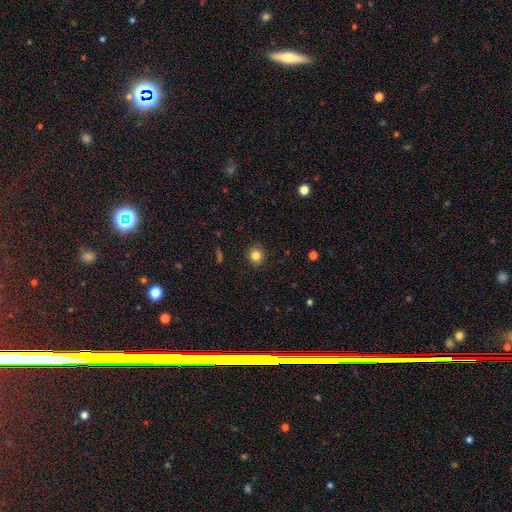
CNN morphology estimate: Overall: smooth (83%). How rounded: round (80%). Merging: none (89%).